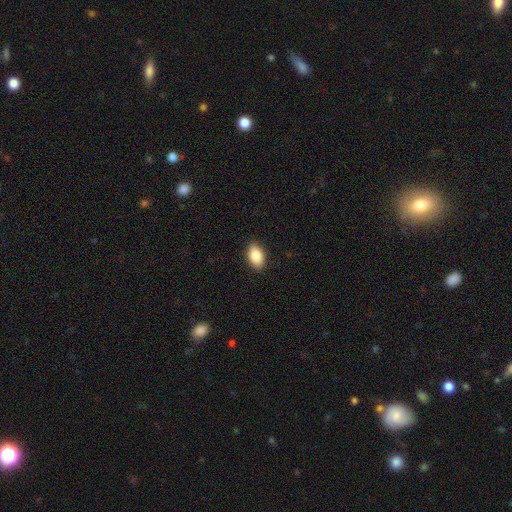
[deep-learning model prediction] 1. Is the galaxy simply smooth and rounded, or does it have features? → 87% smooth, 7% star or artifact, 6% featured or disk.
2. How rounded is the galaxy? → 92% in between, 6% round, 2% cigar-shaped.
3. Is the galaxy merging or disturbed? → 89% none, 8% minor disturbance, 2% major disturbance, 1% merger.